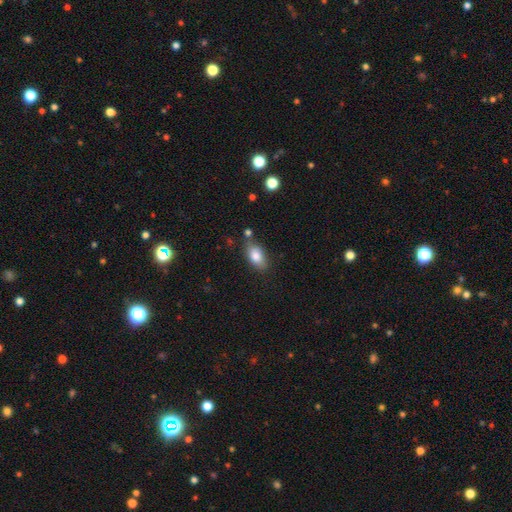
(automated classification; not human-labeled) Smooth or featured? Predicted: smooth (p=0.83). How rounded? Predicted: in between (p=0.89). Merging? Predicted: none (p=0.71).